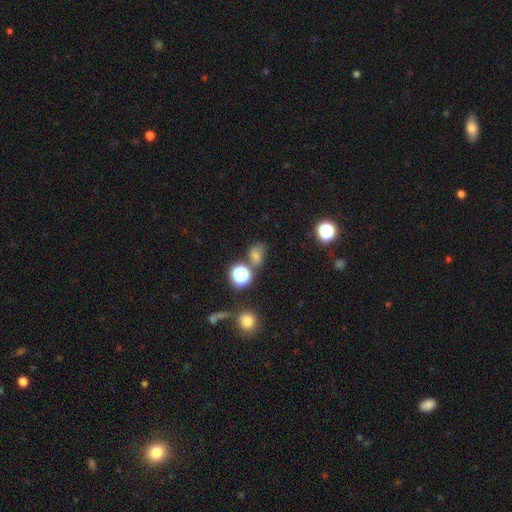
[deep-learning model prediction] A smooth galaxy with no disk features (52%) that is round (57%). Merging: none (65%).